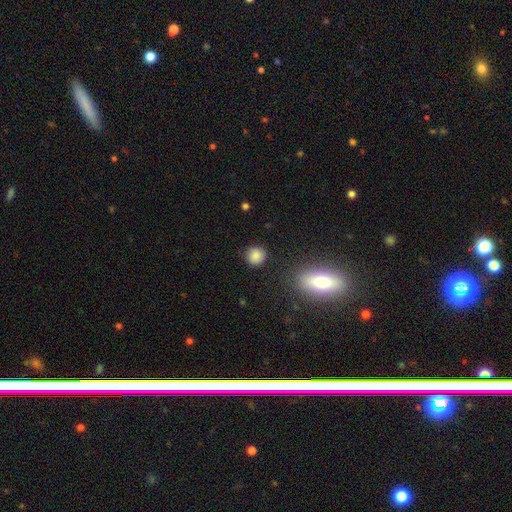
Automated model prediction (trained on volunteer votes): A smooth galaxy with no disk features (84%) that is round (89%). Merging: none (86%).